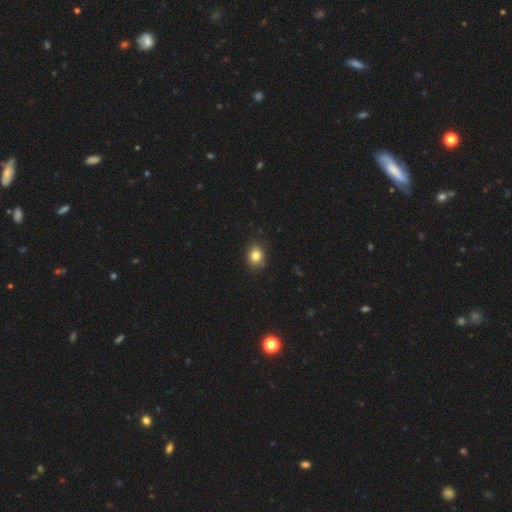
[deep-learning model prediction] Morphology: type=smooth (82%); roundness=round (54%); merging=none (83%).